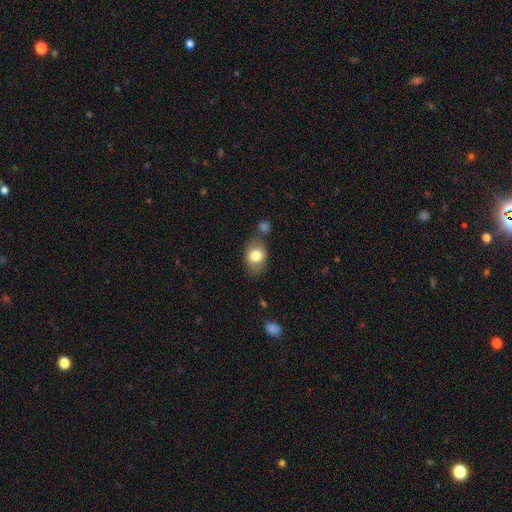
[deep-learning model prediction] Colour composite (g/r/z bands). It shows a smooth galaxy with no disk features (78%) that is in between round and cigar-shaped (71%). Merging: none (66%).